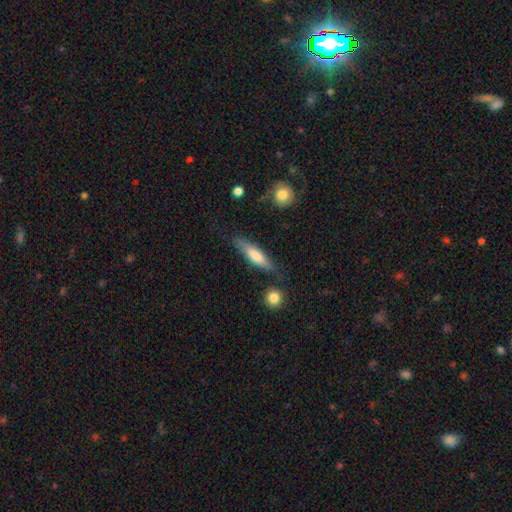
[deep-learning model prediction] A smooth galaxy with no disk features (61%) that is cigar-shaped (76%).

Vote fractions:
- Smooth or featured? smooth: 61% / featured or disk: 33% / star or artifact: 6%
- How rounded? cigar-shaped: 76% / in between: 22% / round: 2%
- Merging? none: 79% / minor disturbance: 14% / major disturbance: 3% / merger: 3%